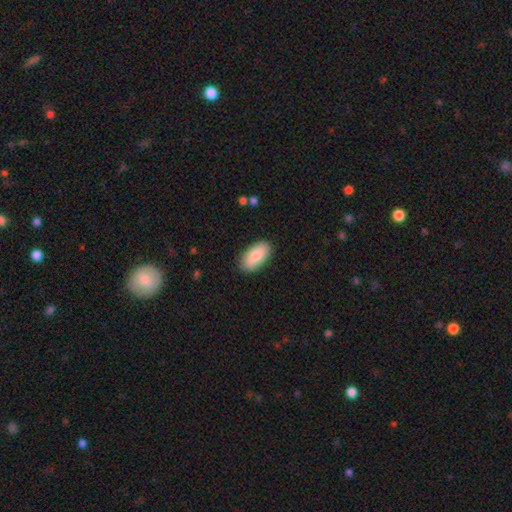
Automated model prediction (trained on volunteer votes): This is clearly a smooth galaxy (82%). How rounded: clearly in between (93%). Merging: clearly none (86%).